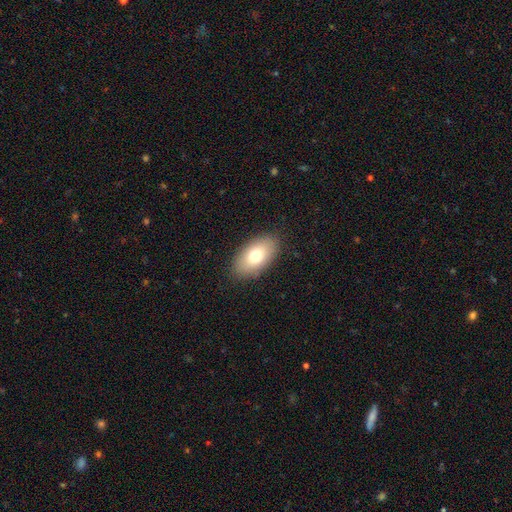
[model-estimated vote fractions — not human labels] The model was most divided on "smooth or featured": smooth: 75%, featured or disk: 18%, star or artifact: 8%. More confident: how rounded — in between (94%); merging — none (87%).